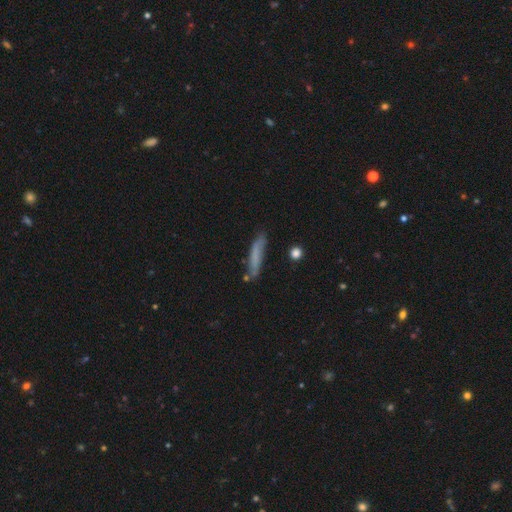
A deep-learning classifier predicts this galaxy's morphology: type=smooth (67%); roundness=cigar-shaped (89%); merging=none (69%).